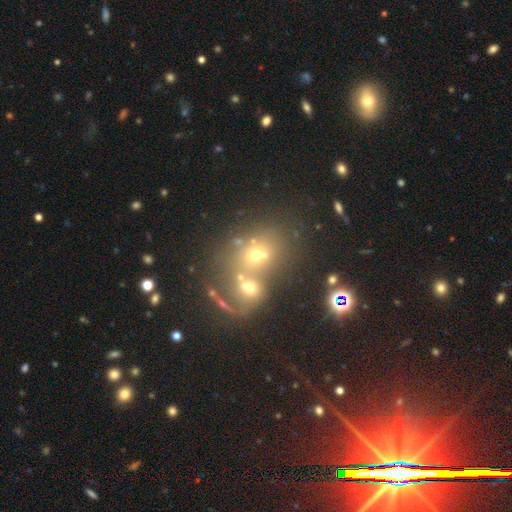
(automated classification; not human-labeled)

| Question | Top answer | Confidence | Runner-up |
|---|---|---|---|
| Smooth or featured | smooth | 40% | featured or disk (33%) |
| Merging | merger | 70% | none (20%) |